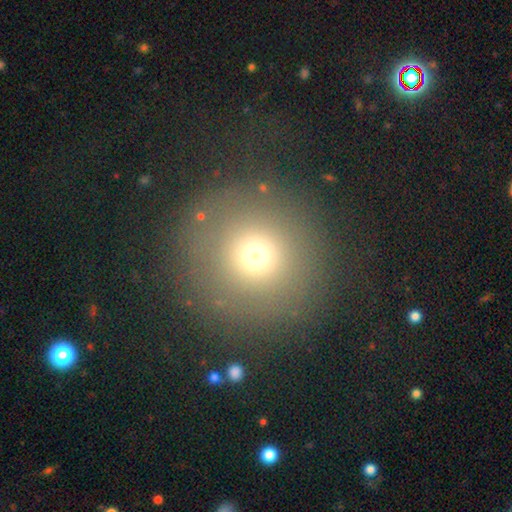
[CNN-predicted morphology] Q: Smooth or featured?
A: smooth (69%); runner-up: star or artifact (19%)
Q: How rounded?
A: round (95%); runner-up: in between (4%)
Q: Merging?
A: none (81%); runner-up: minor disturbance (9%)